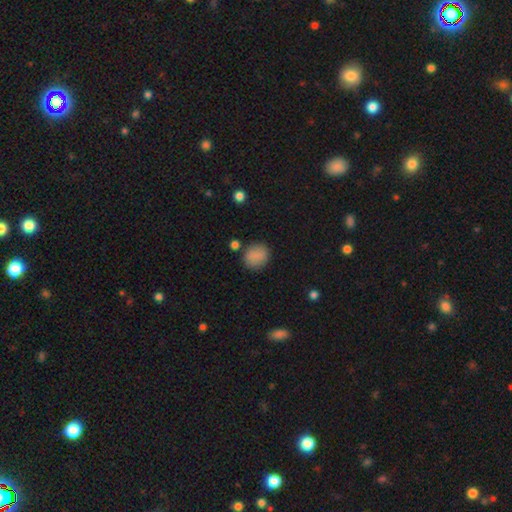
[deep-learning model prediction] Overall: smooth (85%). How rounded: round (77%). Merging: none (83%).